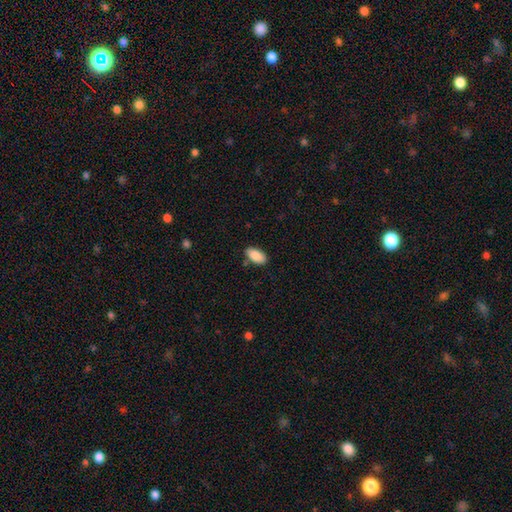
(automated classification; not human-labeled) smooth_or_featured: smooth (p=0.89) [alt: star or artifact p=0.07]
how_rounded: in between (p=0.95) [alt: cigar-shaped p=0.03]
merging: none (p=0.84) [alt: minor disturbance p=0.11]